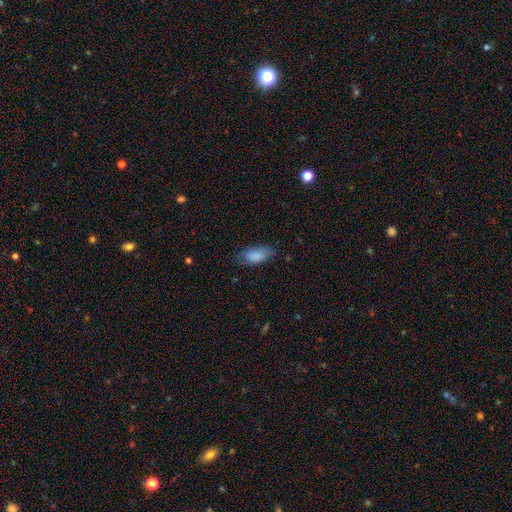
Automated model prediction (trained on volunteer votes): Smooth or featured? smooth (82%)
How rounded? in between (89%)
Merging? none (65%)